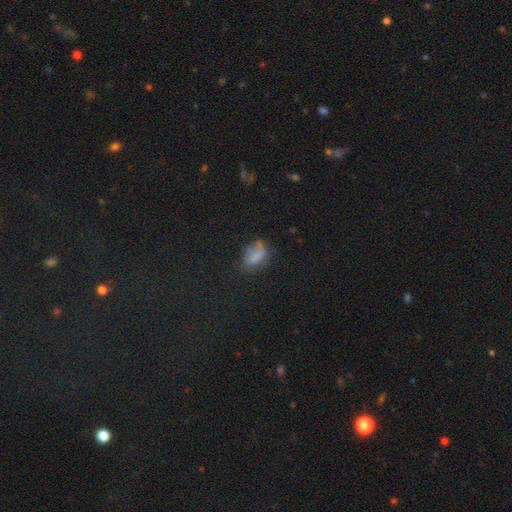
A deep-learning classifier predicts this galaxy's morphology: The model was most divided on "merging": none: 45%, minor disturbance: 31%, major disturbance: 21%, merger: 4%. More confident: how rounded — in between (84%); smooth or featured — smooth (65%).